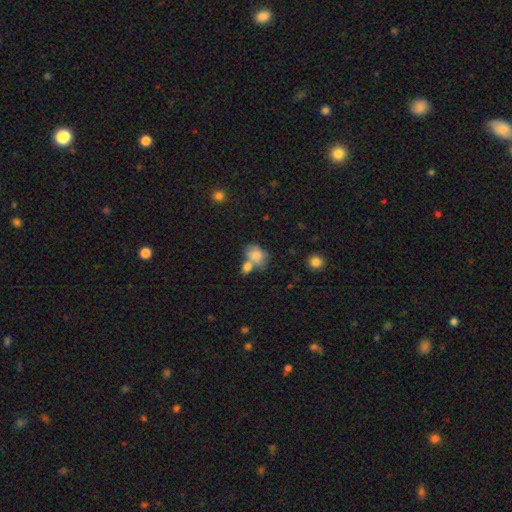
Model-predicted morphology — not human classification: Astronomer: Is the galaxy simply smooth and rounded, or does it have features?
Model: smooth — 77%.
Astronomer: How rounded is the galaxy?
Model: in between — 73%.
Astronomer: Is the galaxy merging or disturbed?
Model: merger — 46% (runner-up: none, 32%).